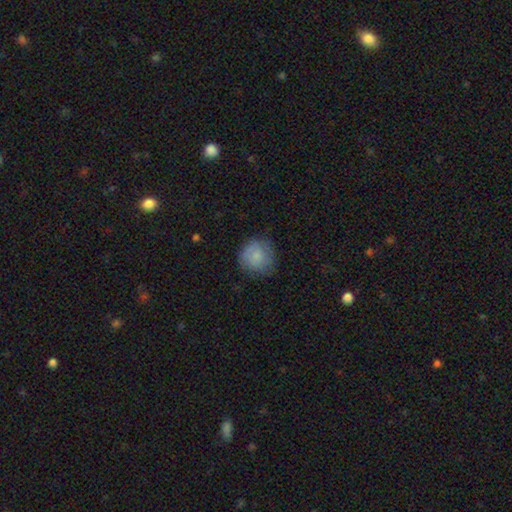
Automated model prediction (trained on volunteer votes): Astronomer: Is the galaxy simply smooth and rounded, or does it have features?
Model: smooth — 82%.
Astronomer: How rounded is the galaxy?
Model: round — 88%.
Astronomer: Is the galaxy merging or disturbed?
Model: none — 72%.